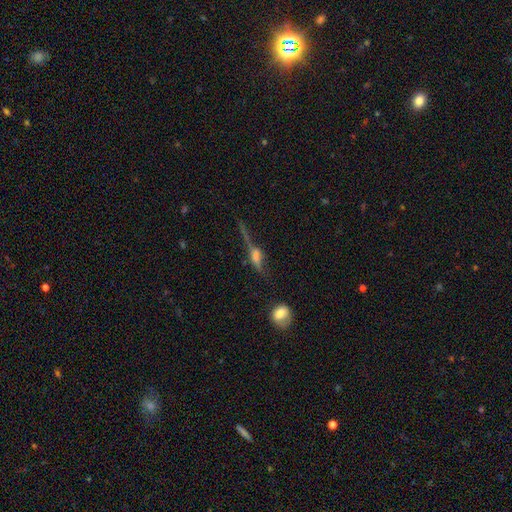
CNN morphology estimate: Q: Smooth or featured?
A: featured or disk (61%); runner-up: smooth (25%)
Q: Edge-on disk?
A: yes (83%); runner-up: no (17%)
Q: Edge-on bulge?
A: rounded (72%); runner-up: boxy (19%)
Q: Merging?
A: none (52%); runner-up: major disturbance (20%)